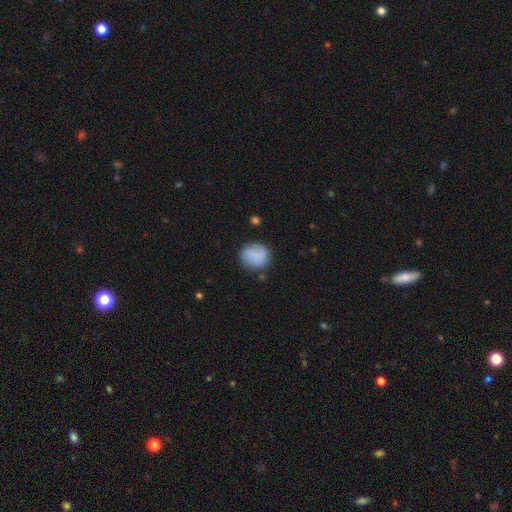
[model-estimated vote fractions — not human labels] Smooth or featured? Predicted: smooth (p=0.82). How rounded? Predicted: round (p=0.79). Merging? Predicted: none (p=0.71).